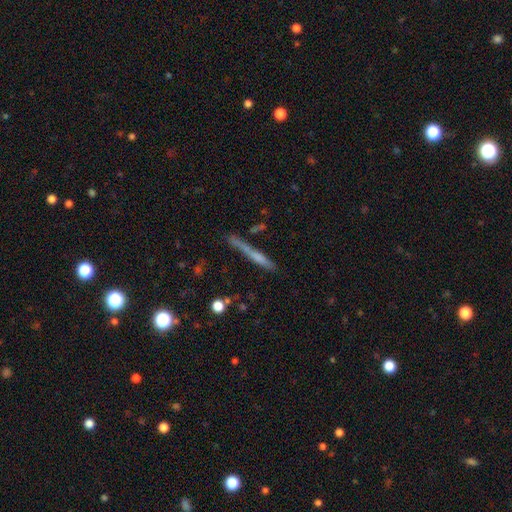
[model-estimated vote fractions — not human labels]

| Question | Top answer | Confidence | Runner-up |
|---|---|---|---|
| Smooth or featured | smooth | 46% | featured or disk (43%) |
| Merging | none | 68% | minor disturbance (17%) |